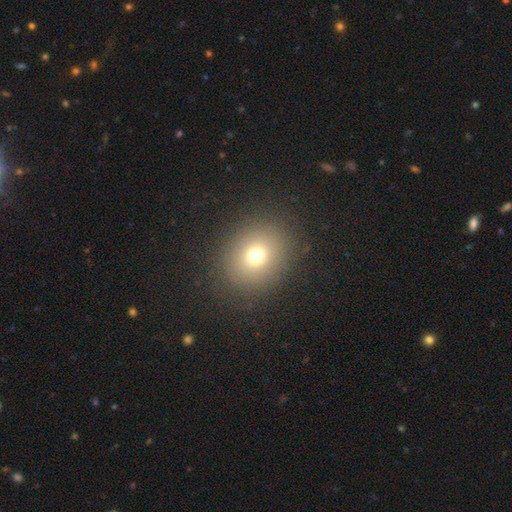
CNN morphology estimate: smooth 72%, star or artifact 17%, featured or disk 12%. Down the decision tree: how rounded — round (68%); merging — none (87%).